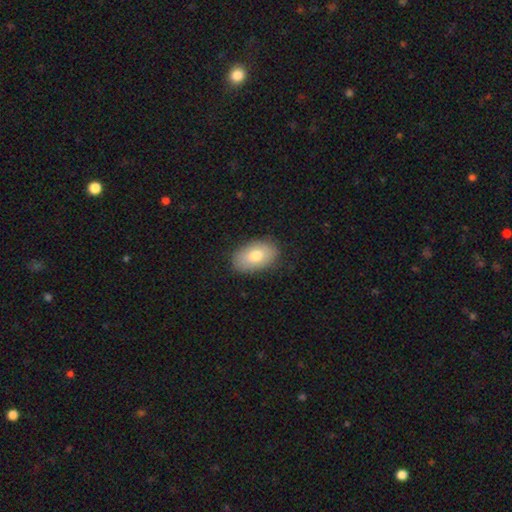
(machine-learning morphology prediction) This appears to be a smooth galaxy with no disk features (77%) that is in between round and cigar-shaped (91%). Merging: none (85%).